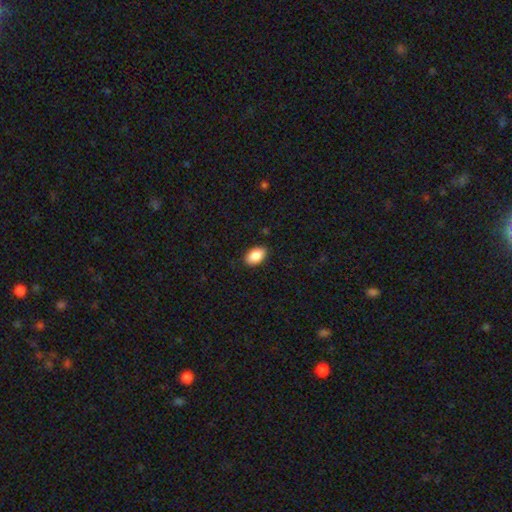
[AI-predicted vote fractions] Smooth or featured?
  - smooth: 89% *
  - star or artifact: 7%
  - featured or disk: 4%
How rounded?
  - in between: 93% *
  - round: 6%
  - cigar-shaped: 1%
Merging?
  - none: 88% *
  - minor disturbance: 9%
  - major disturbance: 2%
  - merger: 1%